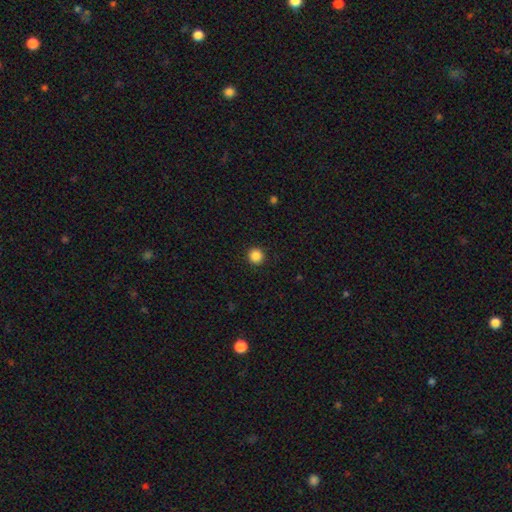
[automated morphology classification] Q: Smooth or featured?
A: smooth (87%); runner-up: star or artifact (11%)
Q: How rounded?
A: round (95%); runner-up: in between (4%)
Q: Merging?
A: none (93%); runner-up: minor disturbance (4%)